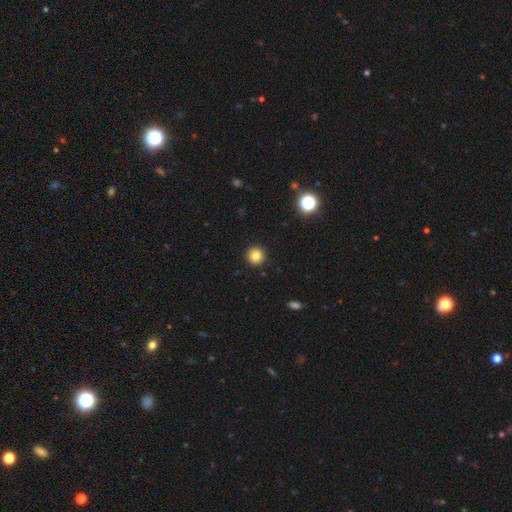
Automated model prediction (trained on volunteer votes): This appears to be a smooth galaxy with no disk features (82%) that is round (95%). Merging: none (93%).